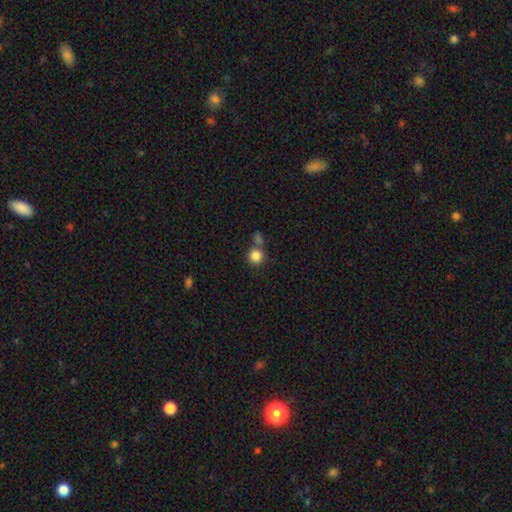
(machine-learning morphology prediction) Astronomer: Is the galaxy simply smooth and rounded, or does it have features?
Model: smooth — 84%.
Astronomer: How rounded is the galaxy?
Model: round — 92%.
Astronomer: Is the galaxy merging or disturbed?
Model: none — 63%.